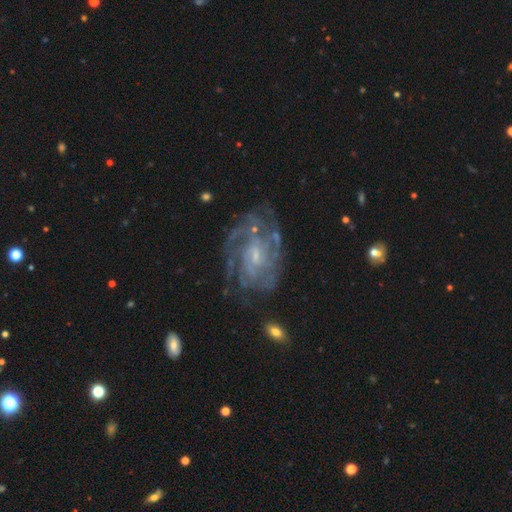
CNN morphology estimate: Smooth or featured? Predicted: featured or disk (p=0.86). Edge-on disk? Predicted: no (p=0.97). Bar? Predicted: weak (p=0.48). Spiral arms? Predicted: yes (p=0.93). Spiral winding? Predicted: tight (p=0.56). Spiral arm count? Predicted: can't tell (p=0.36). Bulge size? Predicted: small (p=0.62). Merging? Predicted: none (p=0.66).